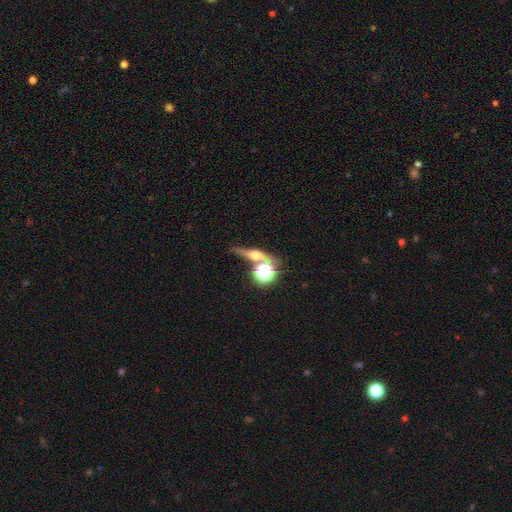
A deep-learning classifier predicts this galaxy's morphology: Overall: featured or disk (45%; smooth 34%). Merging: none (68%).